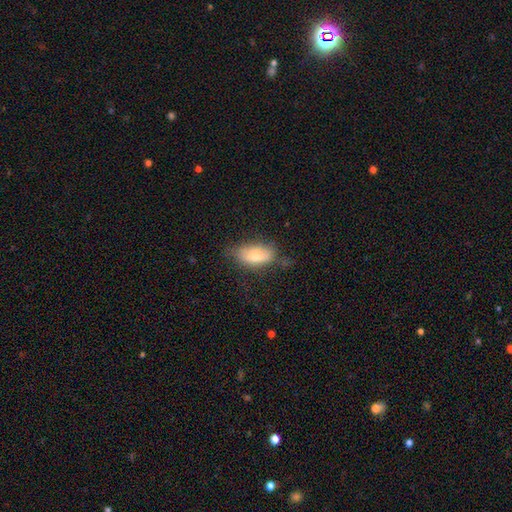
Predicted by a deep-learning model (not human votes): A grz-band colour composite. It shows a smooth galaxy with no disk features (69%) that is in between round and cigar-shaped (85%). Merging: none (51%).